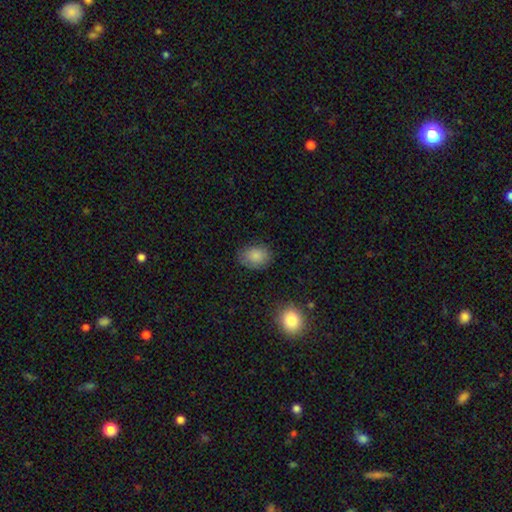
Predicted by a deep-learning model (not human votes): The model was most divided on "how rounded": in between: 67%, round: 32%, cigar-shaped: 1%. More confident: smooth or featured — smooth (85%); merging — none (79%).